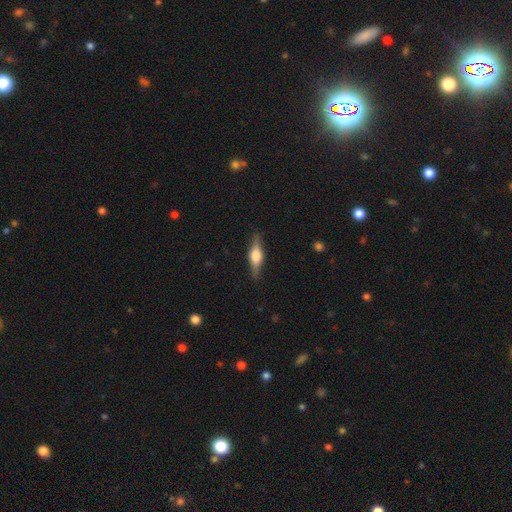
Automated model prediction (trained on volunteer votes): A featured or disk galaxy (67%) viewed edge-on (96%) with a rounded central bulge (89%).

Vote fractions:
- Smooth or featured? featured or disk: 67% / smooth: 27% / star or artifact: 6%
- Edge-on disk? yes: 96% / no: 4%
- Edge-on bulge? rounded: 89% / boxy: 9% / none: 2%
- Merging? none: 87% / minor disturbance: 10% / major disturbance: 2% / merger: 1%